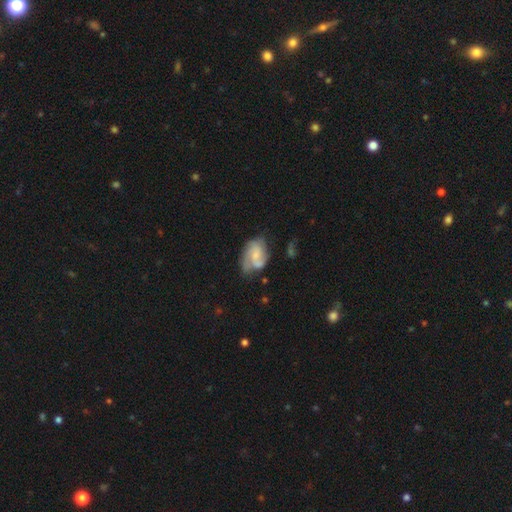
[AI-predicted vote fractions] featured or disk 57%, smooth 36%, star or artifact 7%. Down the decision tree: edge-on disk — no (97%); bar — no (63%); spiral arms — yes (79%); bulge size — small (40%); merging — none (42%).